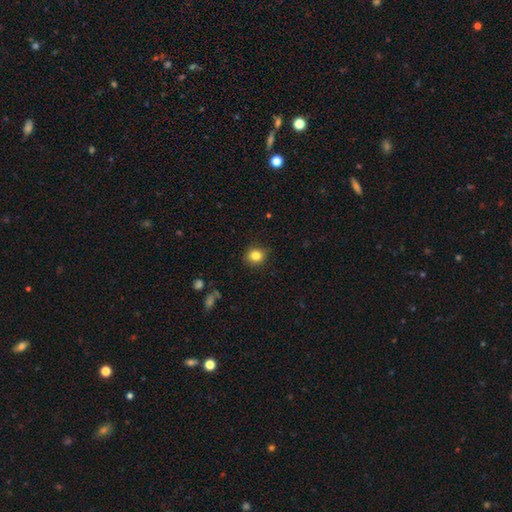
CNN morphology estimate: A smooth galaxy with no disk features (83%) that is round (82%).

Vote fractions:
- Smooth or featured? smooth: 83% / star or artifact: 11% / featured or disk: 6%
- How rounded? round: 82% / in between: 17% / cigar-shaped: 1%
- Merging? none: 87% / minor disturbance: 9% / major disturbance: 2% / merger: 1%